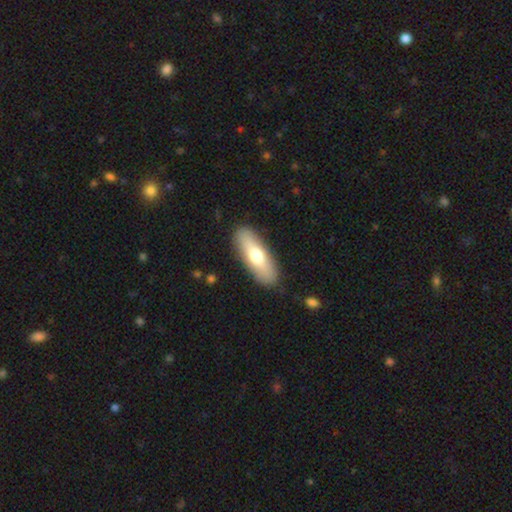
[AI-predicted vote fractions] Overall: smooth (66%; featured or disk 29%). How rounded: in between (58%; cigar-shaped 39%). Merging: none (87%).